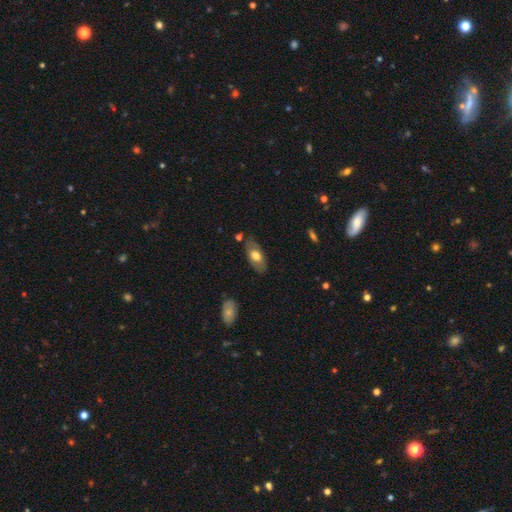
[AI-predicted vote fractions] A smooth galaxy with no disk features (62%) that is in between round and cigar-shaped (88%). Merging: none (77%).